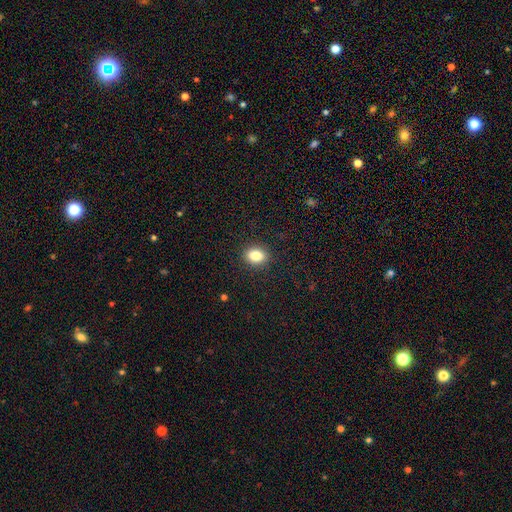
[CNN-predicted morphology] This appears to be a smooth galaxy with no disk features (84%) that is in between round and cigar-shaped (59%). Merging: none (90%).